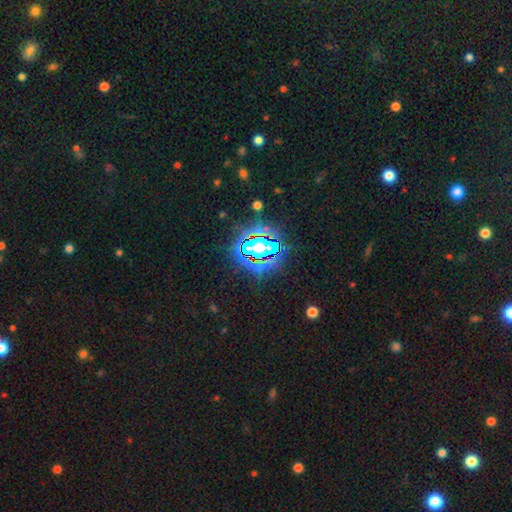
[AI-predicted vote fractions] Smooth or featured? star or artifact (81%)